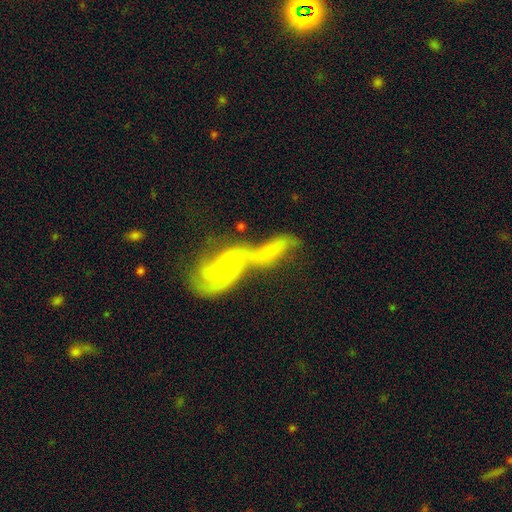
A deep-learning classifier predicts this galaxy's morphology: A featured or disk galaxy (71%) with no bar (57%), spiral arms (81%) and a small central bulge (64%). Merging: merger (63%).